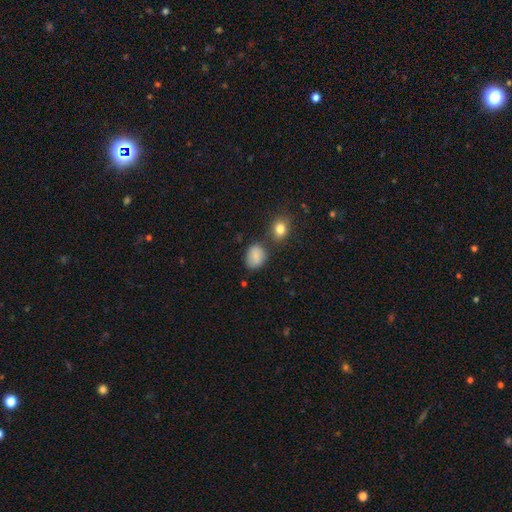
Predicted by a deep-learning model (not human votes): A smooth galaxy with no disk features (84%) that is in between round and cigar-shaped (56%). Merging: none (70%).